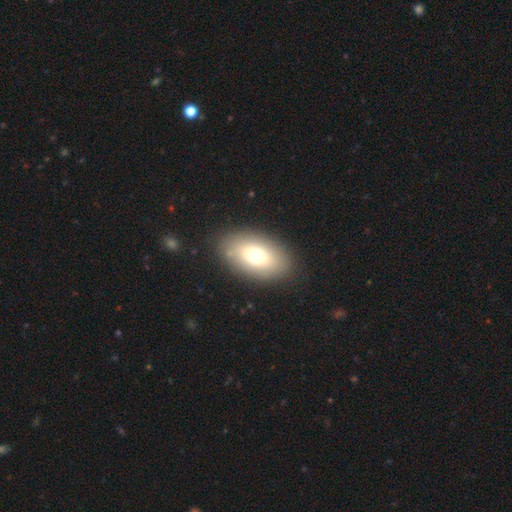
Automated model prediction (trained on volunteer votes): Q: Smooth or featured?
A: smooth (72%); runner-up: featured or disk (18%)
Q: How rounded?
A: in between (91%); runner-up: round (7%)
Q: Merging?
A: none (86%); runner-up: minor disturbance (9%)